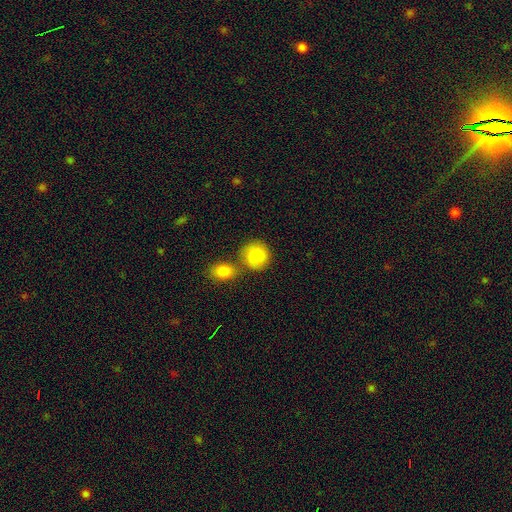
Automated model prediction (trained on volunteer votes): A smooth galaxy with no disk features (87%) that is round (84%). Merging: none (62%).